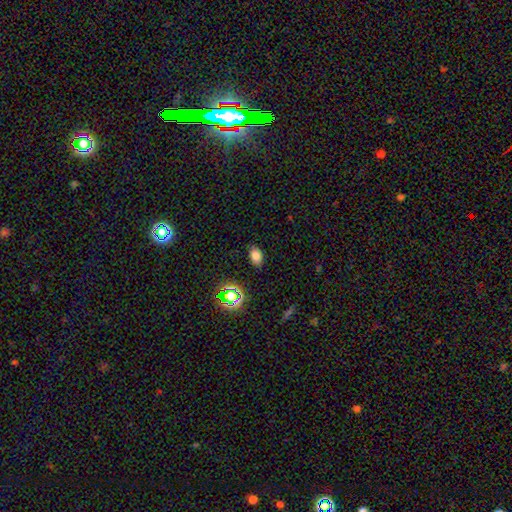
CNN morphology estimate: Smooth or featured?
  - smooth: 77% *
  - star or artifact: 17%
  - featured or disk: 7%
How rounded?
  - in between: 86% *
  - round: 13%
  - cigar-shaped: 2%
Merging?
  - none: 85% *
  - minor disturbance: 11%
  - major disturbance: 3%
  - merger: 1%